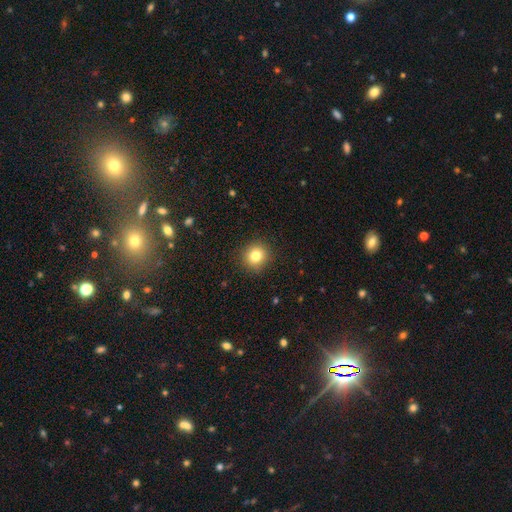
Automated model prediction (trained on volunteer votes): A smooth galaxy with no disk features (80%) that is round (92%). Merging: none (91%).